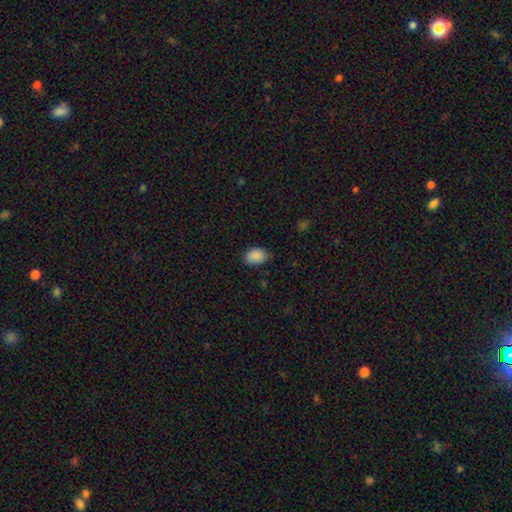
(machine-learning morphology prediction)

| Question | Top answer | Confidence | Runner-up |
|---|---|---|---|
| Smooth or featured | smooth | 89% | star or artifact (8%) |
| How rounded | in between | 77% | round (22%) |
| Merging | none | 76% | minor disturbance (20%) |